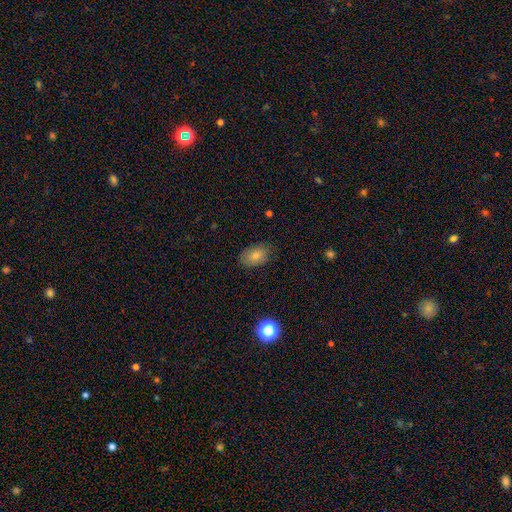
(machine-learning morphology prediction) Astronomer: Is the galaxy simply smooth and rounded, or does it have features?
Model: smooth — 81%.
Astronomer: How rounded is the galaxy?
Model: in between — 88%.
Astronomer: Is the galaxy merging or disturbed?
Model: none — 81%.